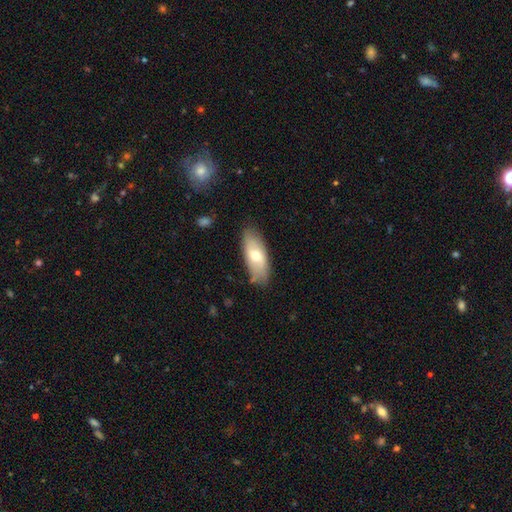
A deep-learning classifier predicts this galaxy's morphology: Smooth or featured?
  - smooth: 63% *
  - featured or disk: 31%
  - star or artifact: 6%
How rounded?
  - in between: 83% *
  - cigar-shaped: 14%
  - round: 3%
Merging?
  - none: 78% *
  - minor disturbance: 16%
  - major disturbance: 3%
  - merger: 2%